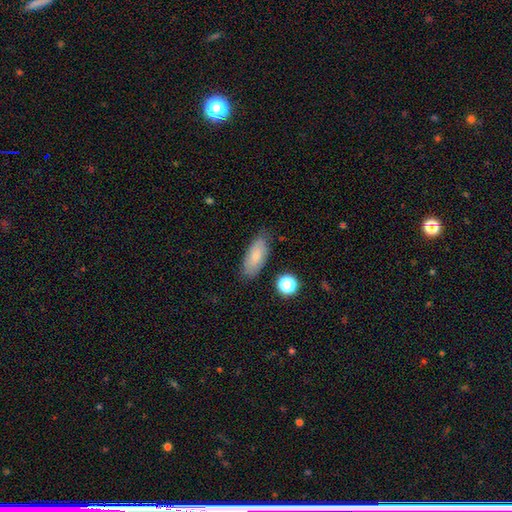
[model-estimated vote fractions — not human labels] smooth-or-featured: smooth: 77% | featured or disk: 16% | star or artifact: 8%
  how-rounded: in between: 81% | cigar-shaped: 16% | round: 3%
  merging: none: 78% | minor disturbance: 16% | major disturbance: 3% | merger: 2%